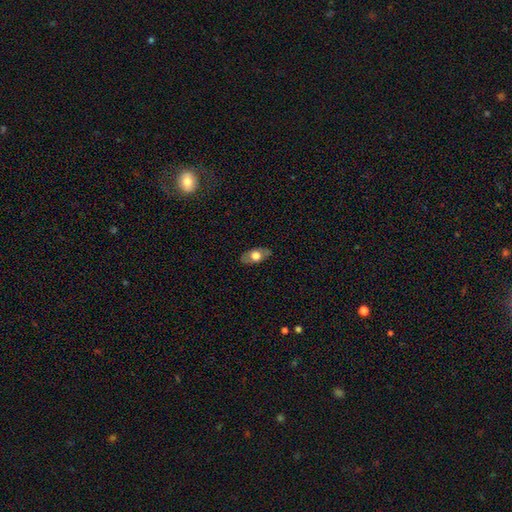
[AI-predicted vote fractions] A smooth galaxy with no disk features (58%) that is in between round and cigar-shaped (86%).

Vote fractions:
- Smooth or featured? smooth: 58% / featured or disk: 36% / star or artifact: 7%
- How rounded? in between: 86% / round: 9% / cigar-shaped: 5%
- Merging? none: 81% / minor disturbance: 15% / major disturbance: 3% / merger: 1%